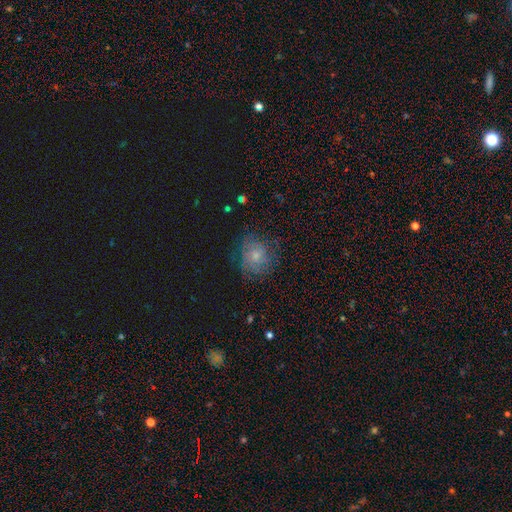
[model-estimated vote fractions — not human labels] smooth-or-featured: smooth: 52% | featured or disk: 35% | star or artifact: 12%
  how-rounded: round: 79% | in between: 20% | cigar-shaped: 1%
  merging: none: 69% | minor disturbance: 19% | major disturbance: 10% | merger: 1%